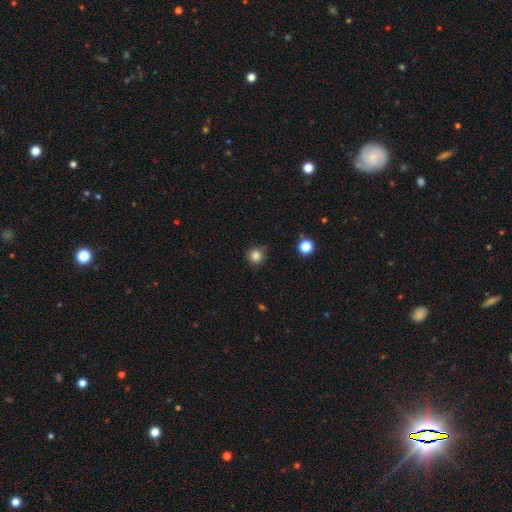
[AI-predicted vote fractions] Smooth or featured? smooth (83%)
How rounded? round (94%)
Merging? none (83%)